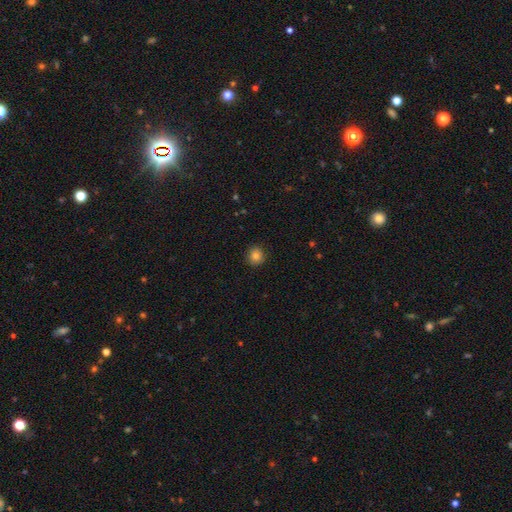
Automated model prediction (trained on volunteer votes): A smooth galaxy with no disk features (83%) that is round (89%). Merging: none (91%).